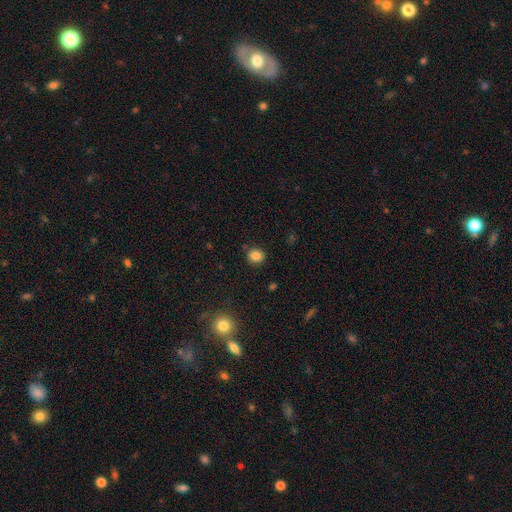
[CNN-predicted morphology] Smooth or featured? Predicted: smooth (p=0.84). How rounded? Predicted: round (p=0.81). Merging? Predicted: none (p=0.86).